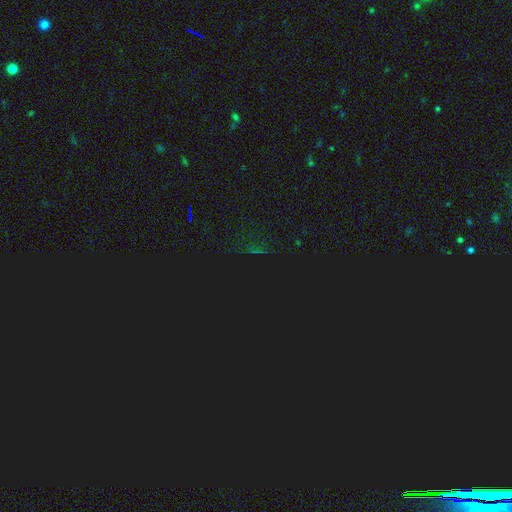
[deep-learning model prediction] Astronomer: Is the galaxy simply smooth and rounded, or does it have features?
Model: star or artifact — 80%.